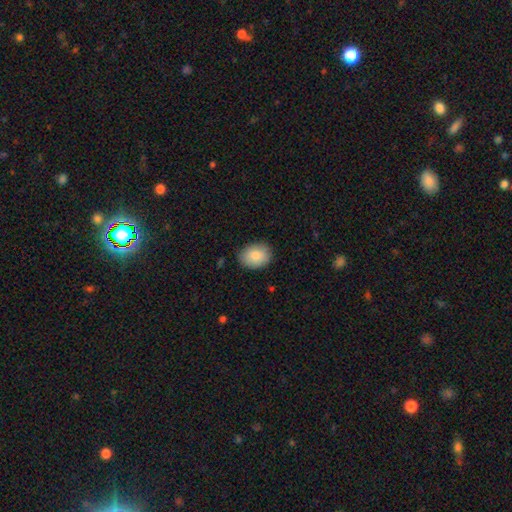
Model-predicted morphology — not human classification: Smooth or featured: smooth — 85% (featured or disk — 8%)
How rounded: in between — 65% (round — 34%)
Merging: none — 86% (minor disturbance — 11%)